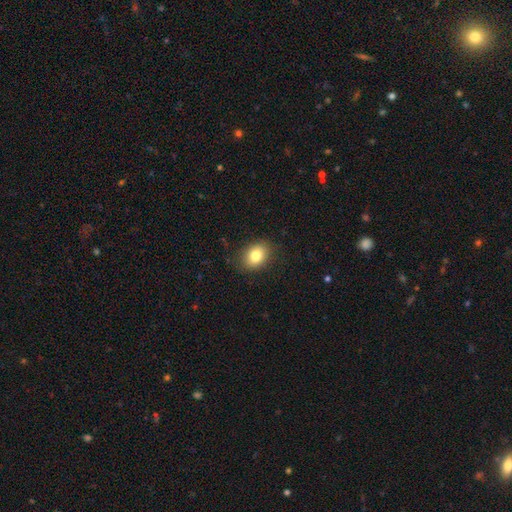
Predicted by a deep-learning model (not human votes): smooth 82%, star or artifact 9%, featured or disk 9%. Down the decision tree: how rounded — in between (66%); merging — none (85%).